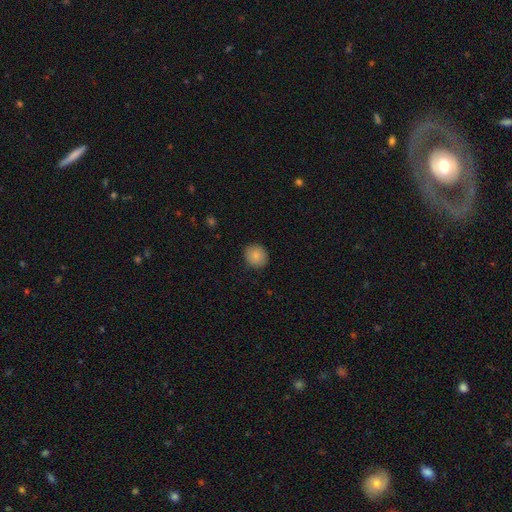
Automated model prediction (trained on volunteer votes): A smooth galaxy with no disk features (84%) that is round (84%).

Vote fractions:
- Smooth or featured? smooth: 84% / star or artifact: 8% / featured or disk: 8%
- How rounded? round: 84% / in between: 15% / cigar-shaped: 1%
- Merging? none: 88% / minor disturbance: 9% / major disturbance: 2% / merger: 1%